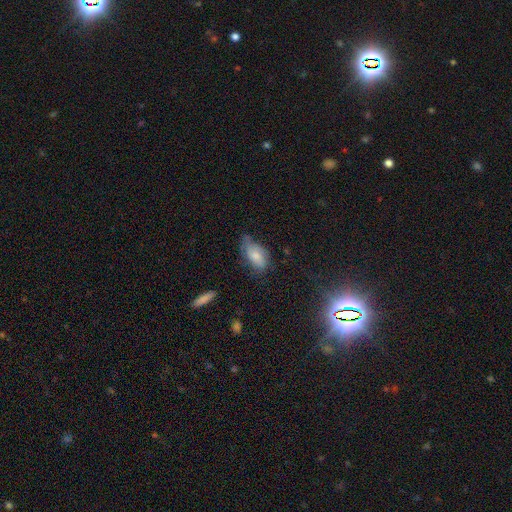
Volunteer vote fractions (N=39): This appears to be a smooth galaxy with no disk features (67%) that is in between round and cigar-shaped (96%). Merging: minor disturbance (46%).